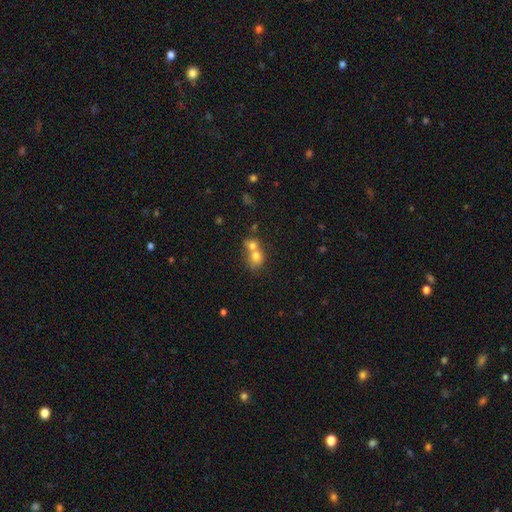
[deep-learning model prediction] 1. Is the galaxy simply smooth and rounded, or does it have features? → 73% smooth, 16% featured or disk, 11% star or artifact.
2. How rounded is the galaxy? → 65% round, 34% in between, 1% cigar-shaped.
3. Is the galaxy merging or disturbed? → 66% merger, 24% none, 6% minor disturbance, 3% major disturbance.